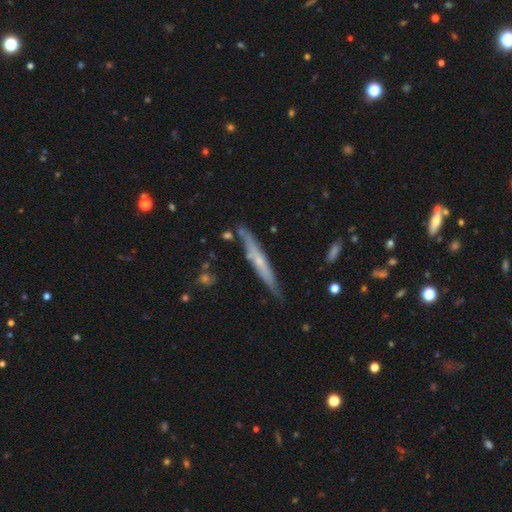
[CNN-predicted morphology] smooth-or-featured: featured or disk: 56% | smooth: 35% | star or artifact: 9%
  disk-edge-on: yes: 91% | no: 9%
    edge-on-bulge: none: 50% | rounded: 44% | boxy: 5%
  merging: none: 82% | minor disturbance: 13% | merger: 2% | major disturbance: 2%